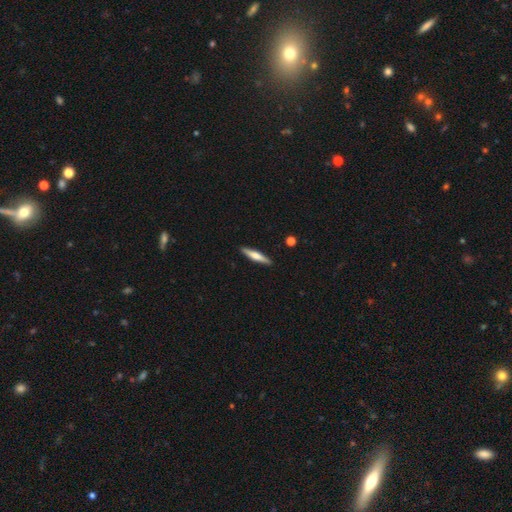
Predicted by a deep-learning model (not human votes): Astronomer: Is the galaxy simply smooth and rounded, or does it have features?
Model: smooth — 47%, tied with featured or disk at 47%.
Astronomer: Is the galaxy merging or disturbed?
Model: none — 91%.